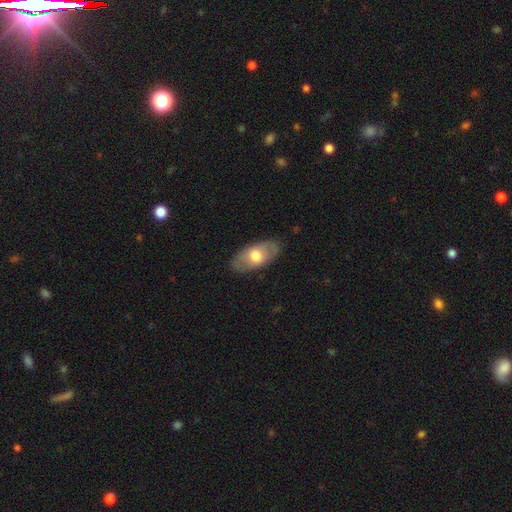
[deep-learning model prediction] Q: Smooth or featured?
A: smooth (60%); runner-up: featured or disk (34%)
Q: How rounded?
A: in between (92%); runner-up: cigar-shaped (5%)
Q: Merging?
A: none (84%); runner-up: minor disturbance (12%)